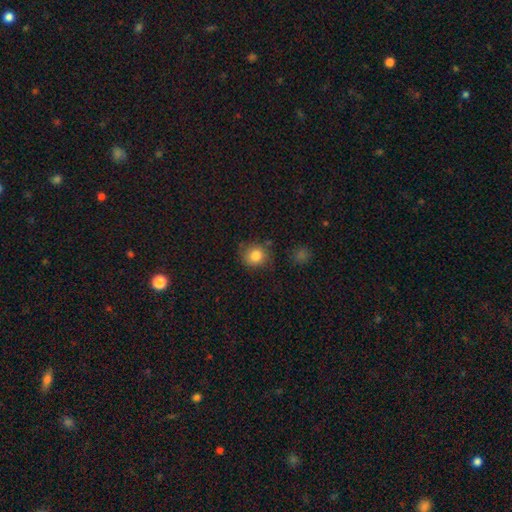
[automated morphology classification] Q: Smooth or featured?
A: smooth (84%); runner-up: star or artifact (10%)
Q: How rounded?
A: round (84%); runner-up: in between (15%)
Q: Merging?
A: none (77%); runner-up: minor disturbance (15%)